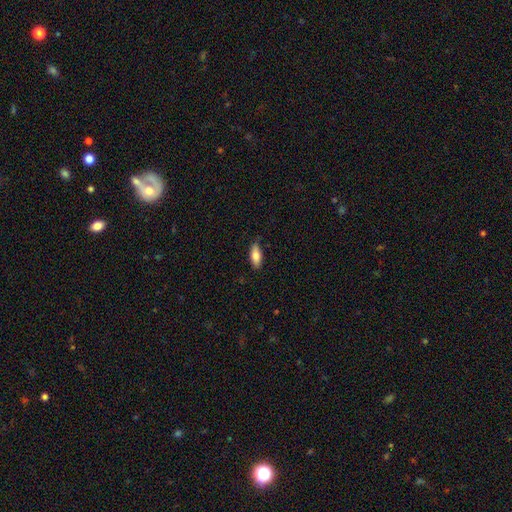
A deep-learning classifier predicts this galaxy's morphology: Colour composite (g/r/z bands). It shows a smooth galaxy with no disk features (79%) that is in between round and cigar-shaped (78%). Merging: none (82%).